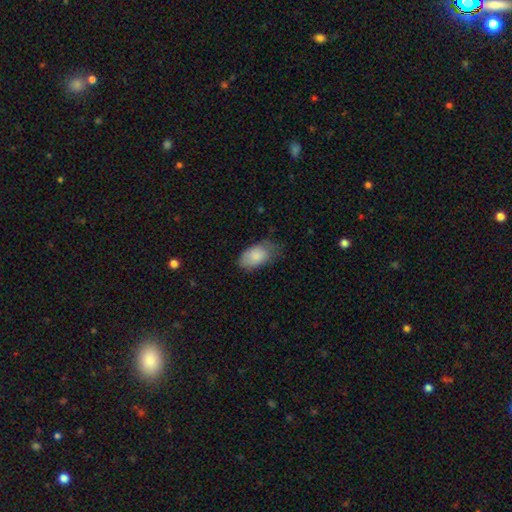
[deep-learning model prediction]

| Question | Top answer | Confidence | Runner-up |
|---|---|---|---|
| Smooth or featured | smooth | 83% | featured or disk (10%) |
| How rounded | in between | 93% | round (5%) |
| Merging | none | 49% | minor disturbance (36%) |